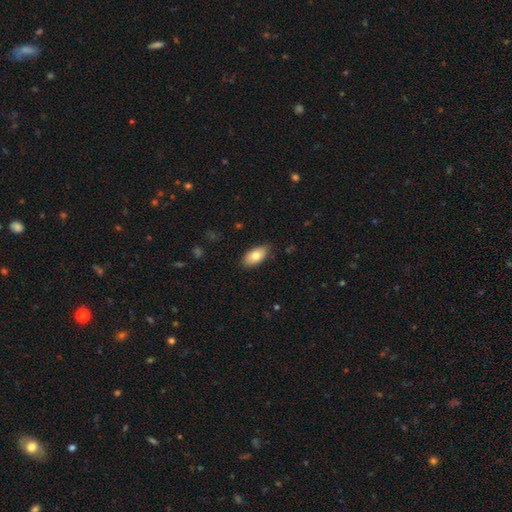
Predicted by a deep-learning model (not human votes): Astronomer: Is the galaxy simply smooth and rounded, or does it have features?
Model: smooth — 80%.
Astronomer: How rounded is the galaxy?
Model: in between — 93%.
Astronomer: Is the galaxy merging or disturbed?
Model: none — 85%.